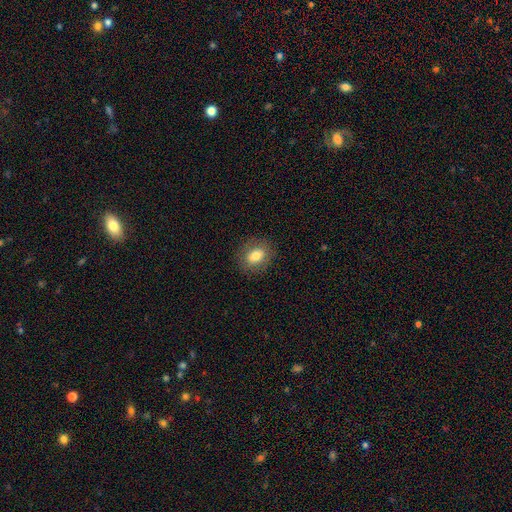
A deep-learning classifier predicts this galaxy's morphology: The model was most divided on "how rounded": in between: 57%, round: 42%, cigar-shaped: 1%. More confident: merging — none (85%); smooth or featured — smooth (74%).